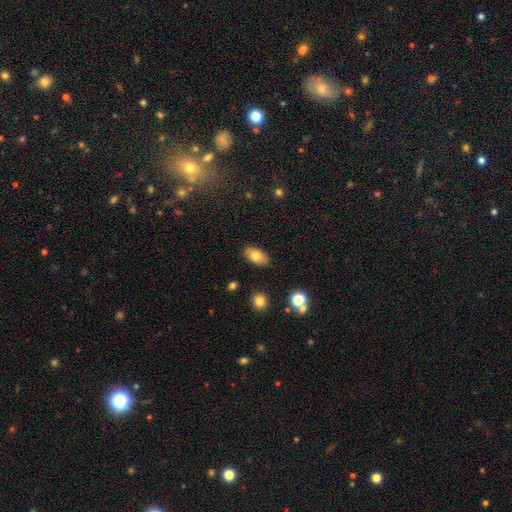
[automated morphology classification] smooth_or_featured: smooth (p=0.77) [alt: featured or disk p=0.15]
how_rounded: in between (p=0.92) [alt: round p=0.05]
merging: none (p=0.87) [alt: minor disturbance p=0.09]